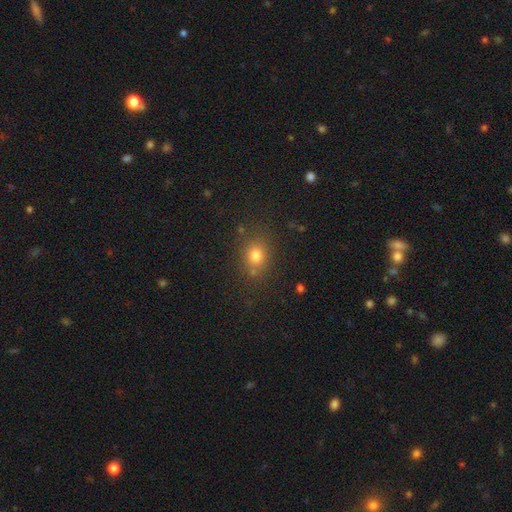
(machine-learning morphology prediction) Smooth or featured?
  - smooth: 74% *
  - star or artifact: 17%
  - featured or disk: 8%
How rounded?
  - round: 65% *
  - in between: 34%
  - cigar-shaped: 1%
Merging?
  - none: 77% *
  - minor disturbance: 12%
  - merger: 7%
  - major disturbance: 4%